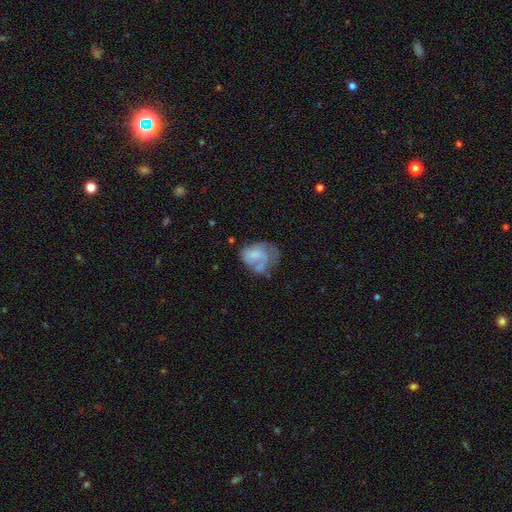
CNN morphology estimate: Overall: featured or disk (52%; smooth 40%). Edge-on disk: no (98%). Bar: no (68%). Spiral arms: yes (65%; no 35%). Bulge size: none (42%; small 27%). Merging: major disturbance (36%; none 33%).